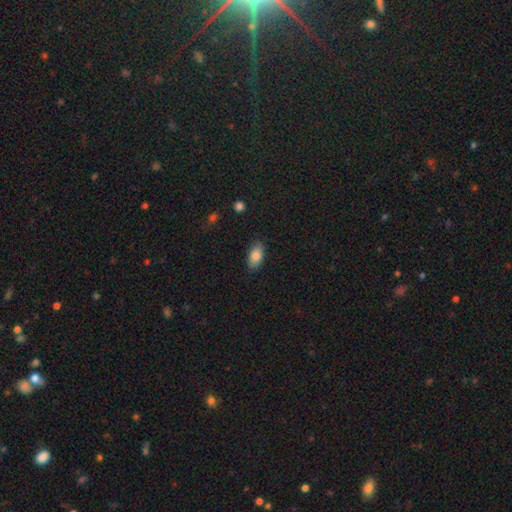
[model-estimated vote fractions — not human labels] Smooth or featured?
  - smooth: 83% *
  - featured or disk: 9%
  - star or artifact: 7%
How rounded?
  - in between: 91% *
  - cigar-shaped: 5%
  - round: 4%
Merging?
  - none: 86% *
  - minor disturbance: 11%
  - major disturbance: 2%
  - merger: 1%